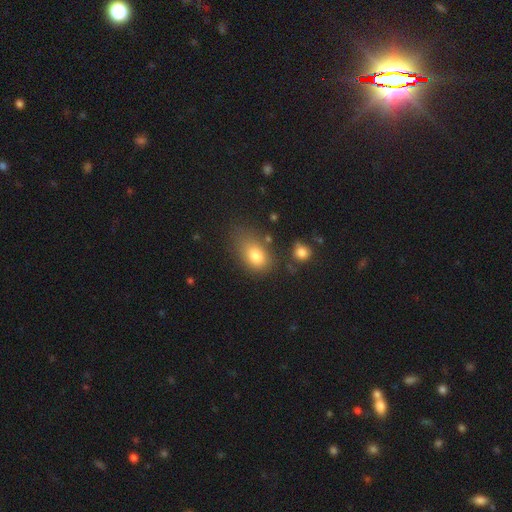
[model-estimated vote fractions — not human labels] A smooth galaxy with no disk features (79%) that is in between round and cigar-shaped (83%). Merging: none (56%).